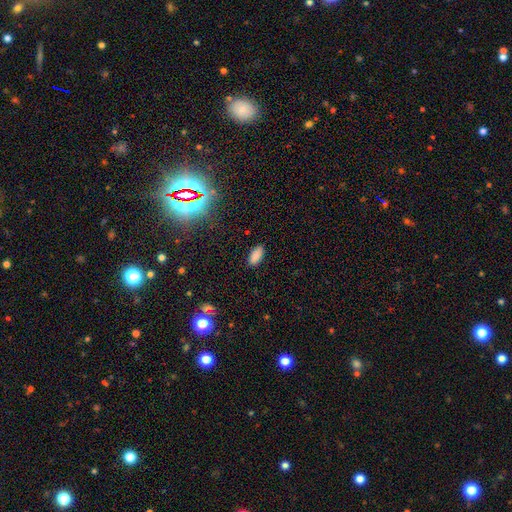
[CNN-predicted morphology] smooth_or_featured: smooth (p=0.85) [alt: star or artifact p=0.11]
how_rounded: in between (p=0.91) [alt: cigar-shaped p=0.07]
merging: none (p=0.87) [alt: minor disturbance p=0.10]